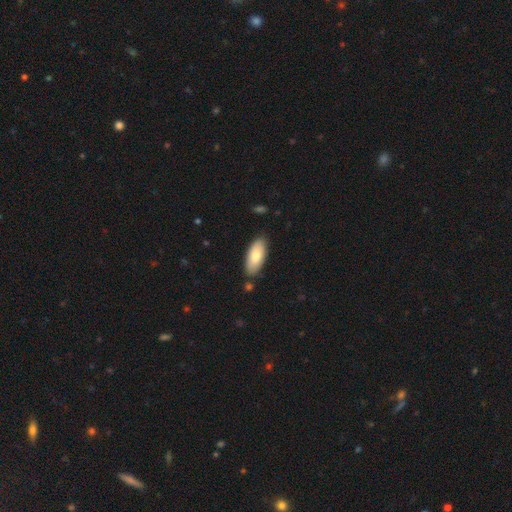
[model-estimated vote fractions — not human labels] Morphology: type=smooth (78%); roundness=in between (87%); merging=none (84%).